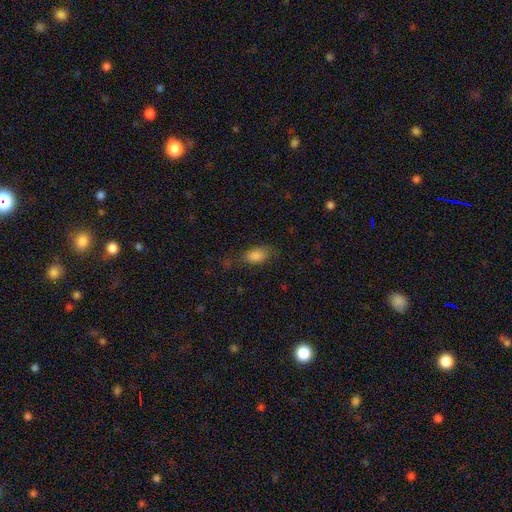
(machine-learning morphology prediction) Smooth or featured? smooth (83%)
How rounded? in between (89%)
Merging? none (62%)